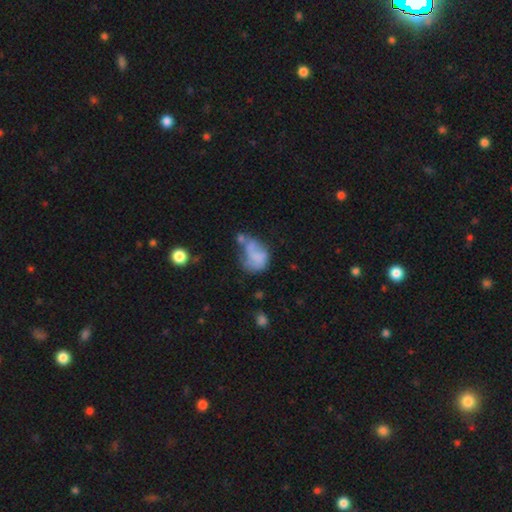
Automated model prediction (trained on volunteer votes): Smooth or featured?
  - smooth: 52% *
  - featured or disk: 38%
  - star or artifact: 10%
How rounded?
  - in between: 66% *
  - round: 33%
  - cigar-shaped: 2%
Merging?
  - major disturbance: 33% *
  - none: 23%
  - minor disturbance: 22%
  - merger: 22%